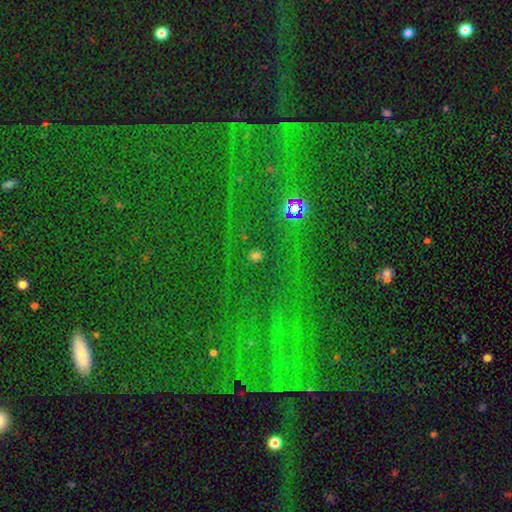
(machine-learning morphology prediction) Q: Smooth or featured?
A: smooth (52%); runner-up: star or artifact (40%)
Q: How rounded?
A: round (70%); runner-up: in between (28%)
Q: Merging?
A: none (82%); runner-up: minor disturbance (9%)